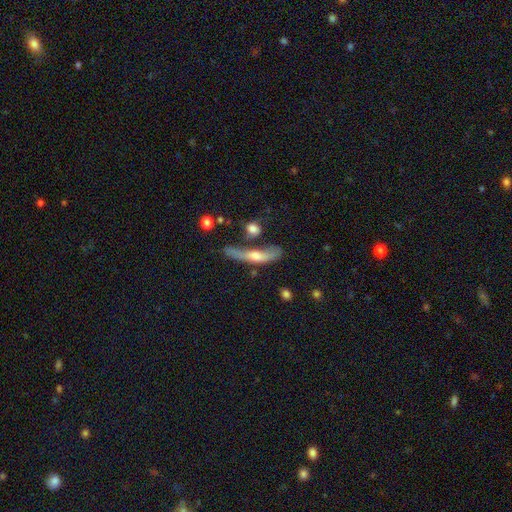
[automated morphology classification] This appears to be a featured or disk galaxy (46%). Merging: none (35%).